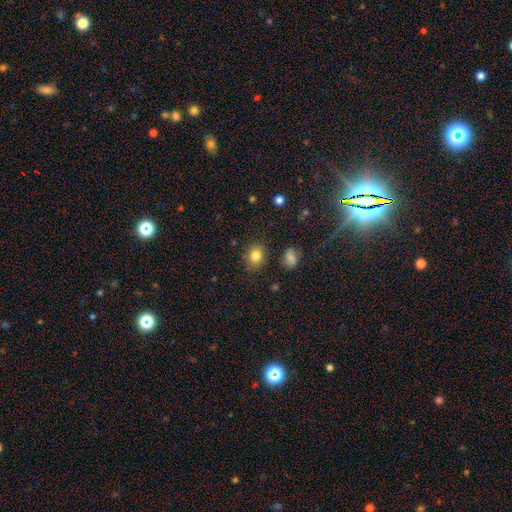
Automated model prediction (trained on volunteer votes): Smooth or featured: smooth — 83% (star or artifact — 11%)
How rounded: round — 55% (in between — 44%)
Merging: none — 81% (minor disturbance — 13%)